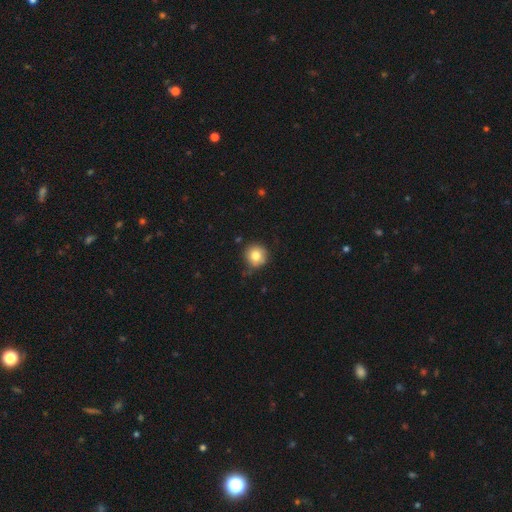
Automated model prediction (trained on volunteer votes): Smooth or featured? smooth (80%)
How rounded? round (94%)
Merging? none (76%)